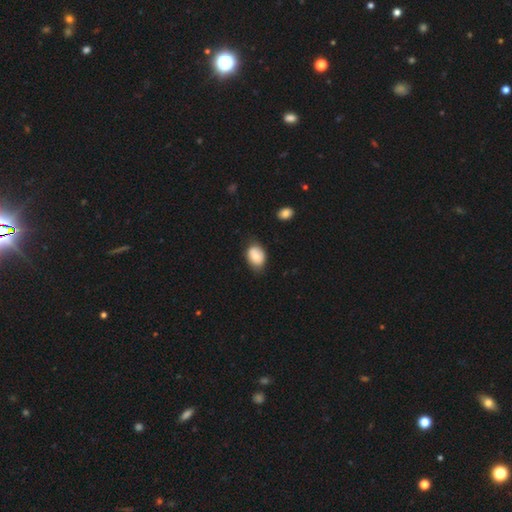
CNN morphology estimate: This is likely a smooth galaxy (74%). How rounded: likely in between (73%). Merging: likely none (71%).